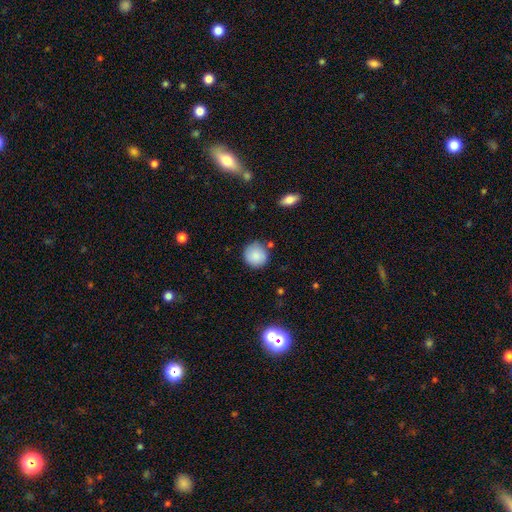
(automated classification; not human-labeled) This is clearly a smooth galaxy (86%). How rounded: clearly round (93%). Merging: clearly none (82%).